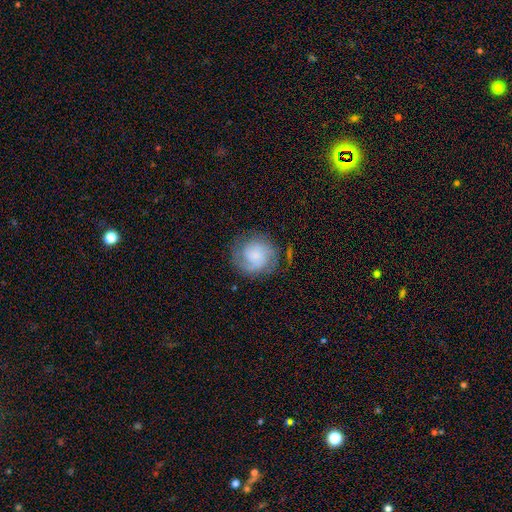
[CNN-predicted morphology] smooth_or_featured: featured or disk (p=0.57) [alt: smooth p=0.35]
disk_edge_on: no (p=0.98) [alt: yes p=0.02]
bar: no (p=0.71) [alt: weak p=0.25]
has_spiral_arms: yes (p=0.90) [alt: no p=0.10]
spiral_winding: tight (p=0.50) [alt: medium p=0.36]
spiral_arm_count: 2 (p=0.46) [alt: can't tell p=0.25]
bulge_size: small (p=0.52) [alt: moderate p=0.21]
merging: none (p=0.70) [alt: minor disturbance p=0.18]